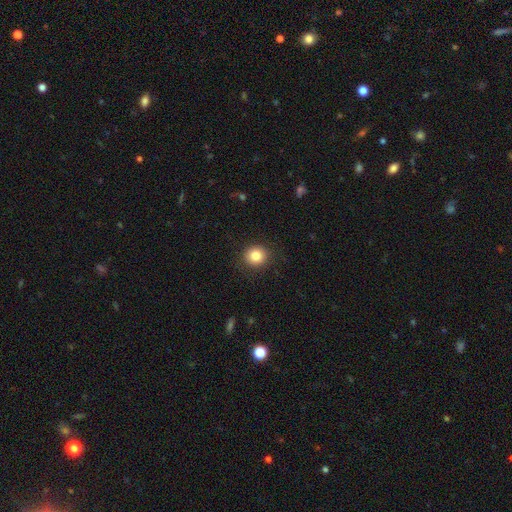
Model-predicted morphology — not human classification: Smooth or featured: smooth — 83% (star or artifact — 10%)
How rounded: round — 85% (in between — 15%)
Merging: none — 90% (minor disturbance — 7%)